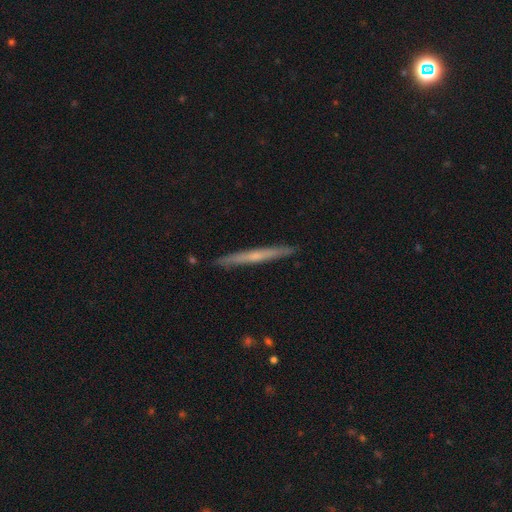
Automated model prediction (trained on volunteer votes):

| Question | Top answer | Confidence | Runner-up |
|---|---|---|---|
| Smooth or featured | featured or disk | 53% | smooth (40%) |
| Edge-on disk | yes | 96% | no (4%) |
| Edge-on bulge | none | 64% | rounded (32%) |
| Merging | none | 91% | minor disturbance (7%) |